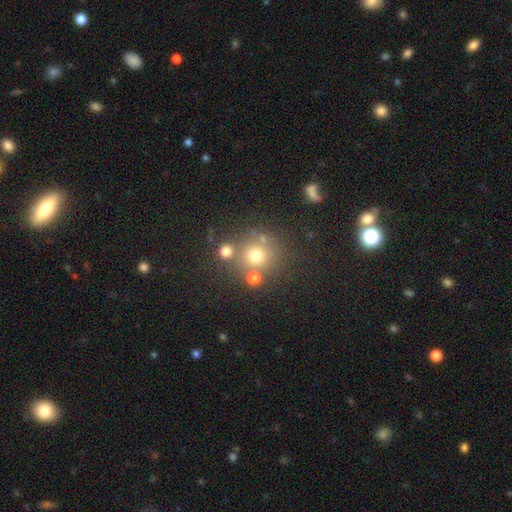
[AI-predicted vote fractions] smooth-or-featured: smooth: 69% | star or artifact: 19% | featured or disk: 12%
  how-rounded: round: 91% | in between: 8% | cigar-shaped: 1%
  merging: none: 68% | merger: 17% | minor disturbance: 10% | major disturbance: 5%